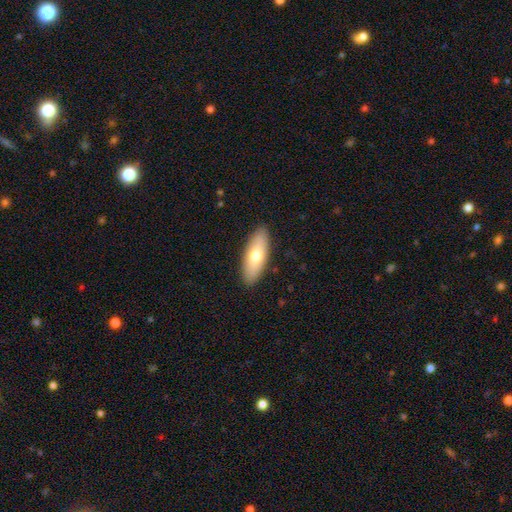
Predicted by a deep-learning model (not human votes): Smooth or featured: smooth — 70% (featured or disk — 24%)
How rounded: in between — 69% (cigar-shaped — 29%)
Merging: none — 89% (minor disturbance — 8%)